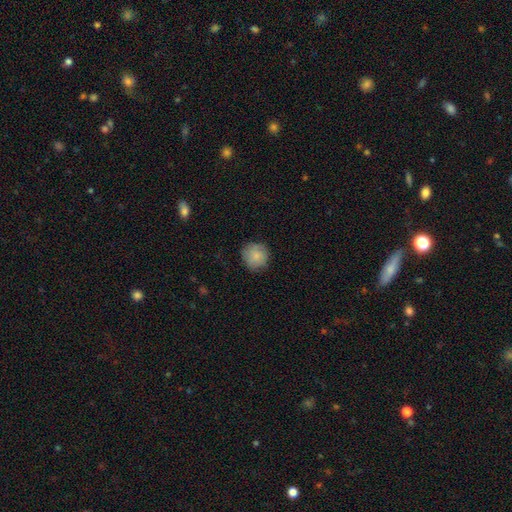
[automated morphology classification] Smooth or featured? Predicted: smooth (p=0.84). How rounded? Predicted: round (p=0.91). Merging? Predicted: none (p=0.81).